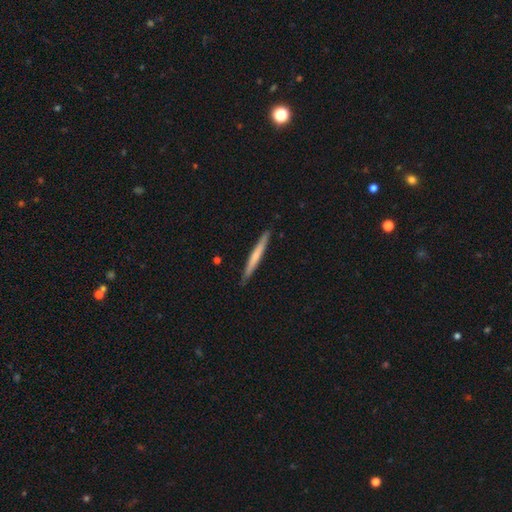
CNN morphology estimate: smooth-or-featured: smooth: 54% | featured or disk: 41% | star or artifact: 5%
  how-rounded: cigar-shaped: 97% | in between: 2% | round: 1%
  merging: none: 90% | minor disturbance: 7% | major disturbance: 1% | merger: 1%